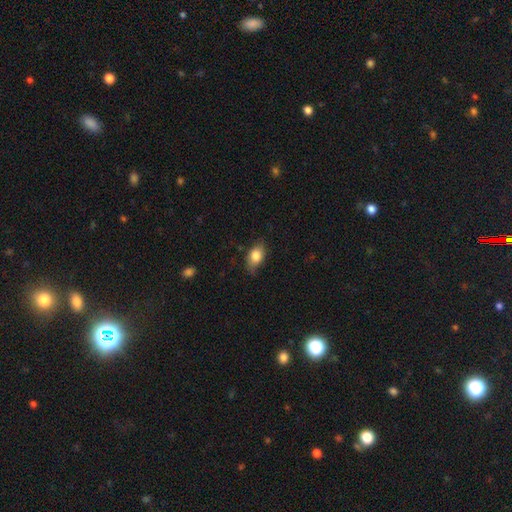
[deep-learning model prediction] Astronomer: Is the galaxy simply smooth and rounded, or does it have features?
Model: smooth — 81%.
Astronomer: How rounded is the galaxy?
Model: in between — 84%.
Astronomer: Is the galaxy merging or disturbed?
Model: none — 69%.